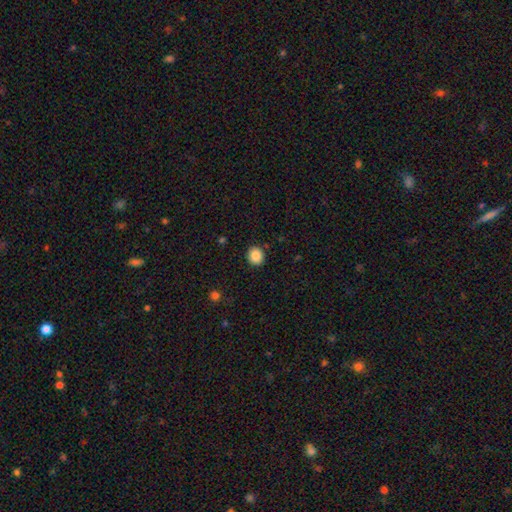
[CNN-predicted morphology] Q: Smooth or featured?
A: smooth (87%); runner-up: star or artifact (9%)
Q: How rounded?
A: round (78%); runner-up: in between (21%)
Q: Merging?
A: none (90%); runner-up: minor disturbance (7%)